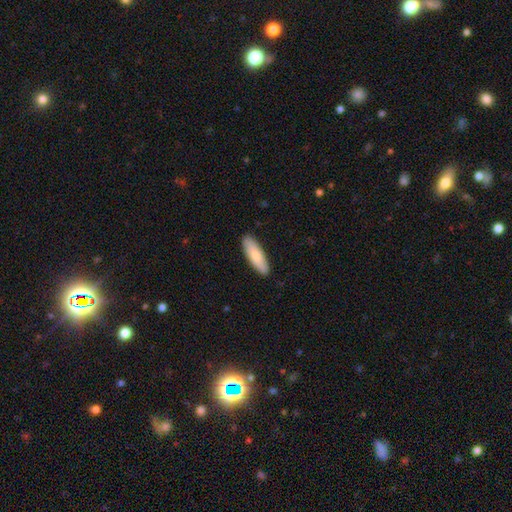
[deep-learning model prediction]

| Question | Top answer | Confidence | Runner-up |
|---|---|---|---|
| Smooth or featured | smooth | 78% | featured or disk (17%) |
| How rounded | in between | 51% | cigar-shaped (47%) |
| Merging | none | 89% | minor disturbance (8%) |